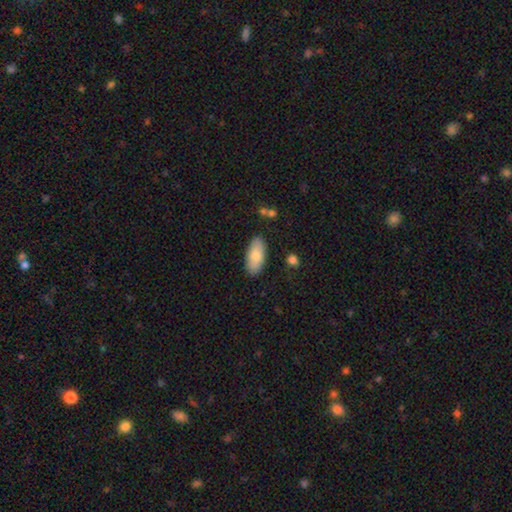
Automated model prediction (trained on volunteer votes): A smooth galaxy with no disk features (76%) that is in between round and cigar-shaped (89%). Merging: none (85%).